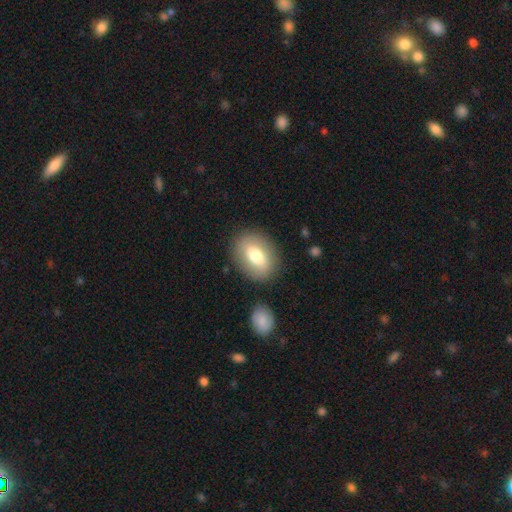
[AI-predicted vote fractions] Q: Smooth or featured?
A: smooth (71%); runner-up: featured or disk (22%)
Q: How rounded?
A: in between (74%); runner-up: round (24%)
Q: Merging?
A: none (82%); runner-up: minor disturbance (11%)